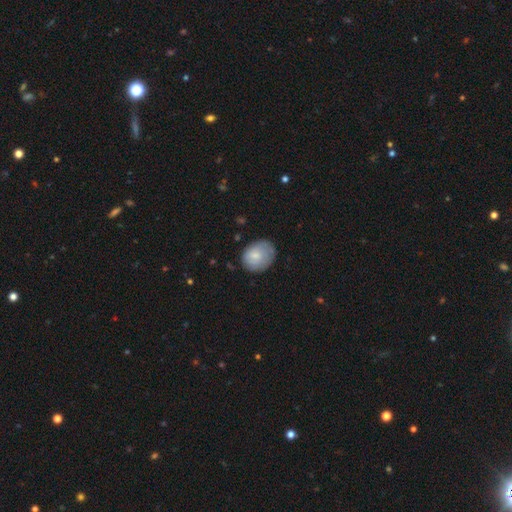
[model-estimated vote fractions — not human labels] Smooth or featured: smooth — 75% (featured or disk — 18%)
How rounded: in between — 51% (round — 48%)
Merging: none — 69% (minor disturbance — 24%)